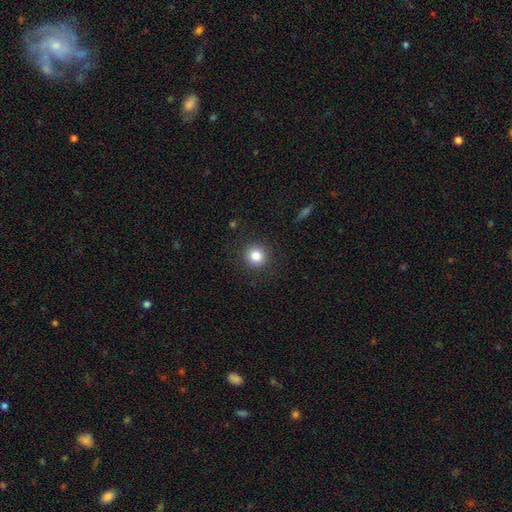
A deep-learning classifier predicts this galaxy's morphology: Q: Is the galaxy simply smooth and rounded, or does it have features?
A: smooth — 83%.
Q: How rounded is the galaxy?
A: round — 94%.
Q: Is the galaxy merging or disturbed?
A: none — 91%.